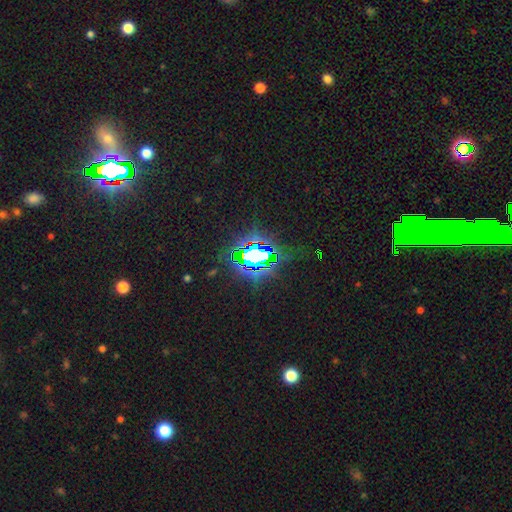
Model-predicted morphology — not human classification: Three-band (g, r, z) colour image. It shows a star or artifact, not a galaxy (76%).